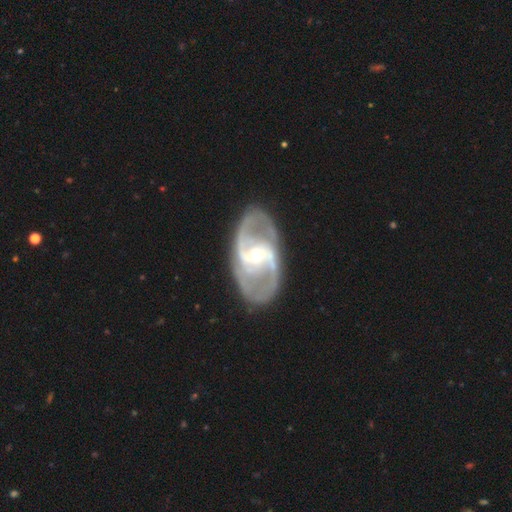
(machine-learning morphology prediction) This appears to be a featured or disk galaxy (90%) with a weak bar (38%), 2 (87%) medium (53%) spiral arms (95%) and a small central bulge (61%). Merging: none (80%).